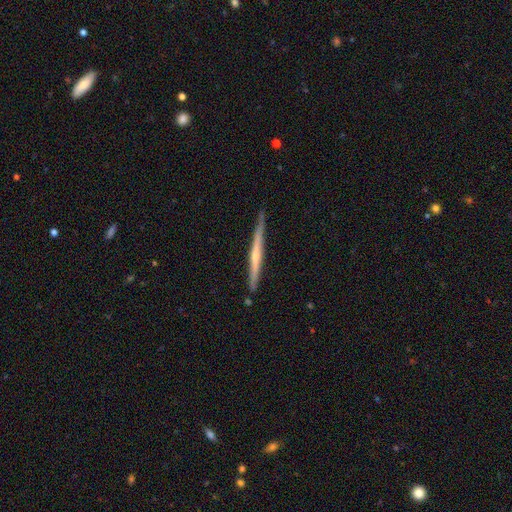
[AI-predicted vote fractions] Smooth or featured?
  - featured or disk: 71% *
  - smooth: 24%
  - star or artifact: 5%
Edge-on disk?
  - yes: 98% *
  - no: 2%
Edge-on bulge?
  - rounded: 58% *
  - none: 36%
  - boxy: 6%
Merging?
  - none: 86% *
  - minor disturbance: 11%
  - merger: 2%
  - major disturbance: 2%